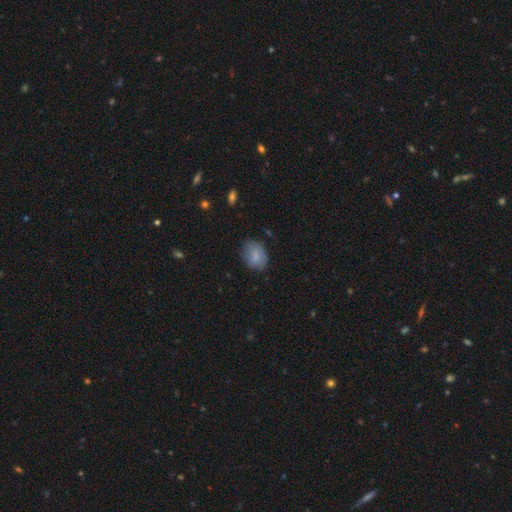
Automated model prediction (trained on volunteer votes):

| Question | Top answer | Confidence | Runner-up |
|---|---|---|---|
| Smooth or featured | smooth | 81% | featured or disk (12%) |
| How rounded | in between | 65% | round (34%) |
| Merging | none | 70% | minor disturbance (22%) |